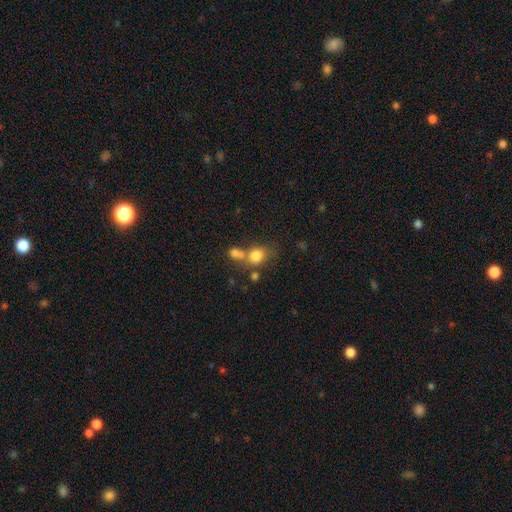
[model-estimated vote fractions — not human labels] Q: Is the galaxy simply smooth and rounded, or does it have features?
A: smooth — 78%.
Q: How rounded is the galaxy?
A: round — 58%.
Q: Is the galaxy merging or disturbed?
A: merger — 41%.